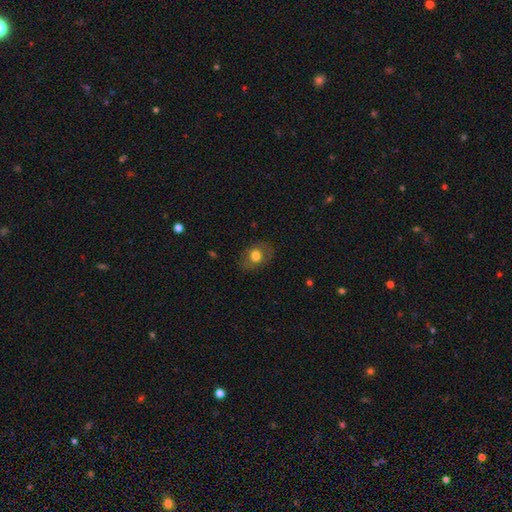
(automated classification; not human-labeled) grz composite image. It shows a smooth galaxy with no disk features (68%) that is in between round and cigar-shaped (55%). Merging: none (80%).